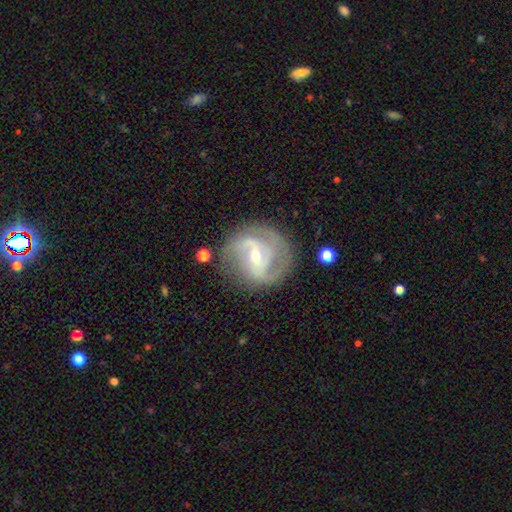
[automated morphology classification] A featured or disk galaxy (86%) with a weak bar (45%), 2 (50%) medium (49%) spiral arms (96%) and a small central bulge (55%). Merging: none (74%).